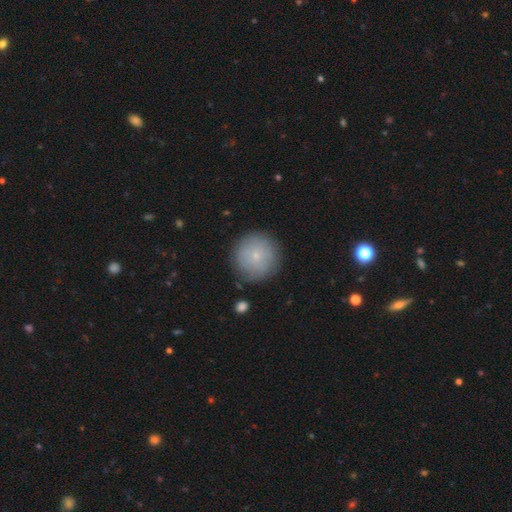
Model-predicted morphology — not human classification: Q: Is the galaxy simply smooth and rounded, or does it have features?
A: smooth — 71%.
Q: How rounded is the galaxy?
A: round — 96%.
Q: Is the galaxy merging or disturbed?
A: none — 85%.